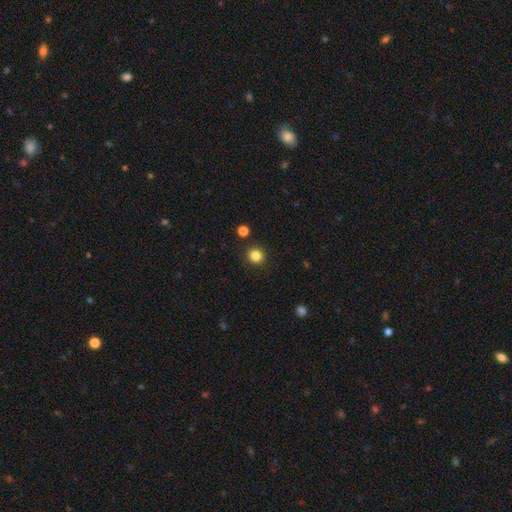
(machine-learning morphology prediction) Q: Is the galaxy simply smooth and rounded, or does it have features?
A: smooth — 84%.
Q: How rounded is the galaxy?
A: round — 91%.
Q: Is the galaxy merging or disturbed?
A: none — 91%.